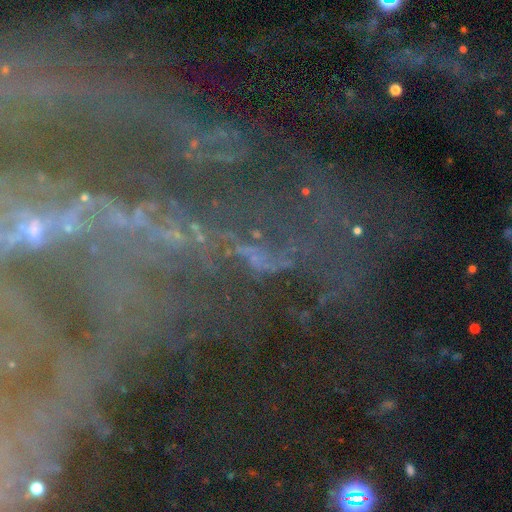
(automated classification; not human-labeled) This appears to be a star or artifact, not a galaxy (55%).